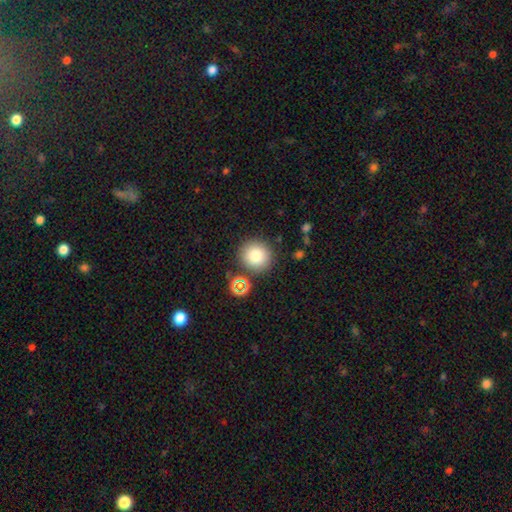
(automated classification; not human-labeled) Smooth or featured: smooth — 81% (star or artifact — 12%)
How rounded: round — 92% (in between — 7%)
Merging: none — 83% (minor disturbance — 8%)